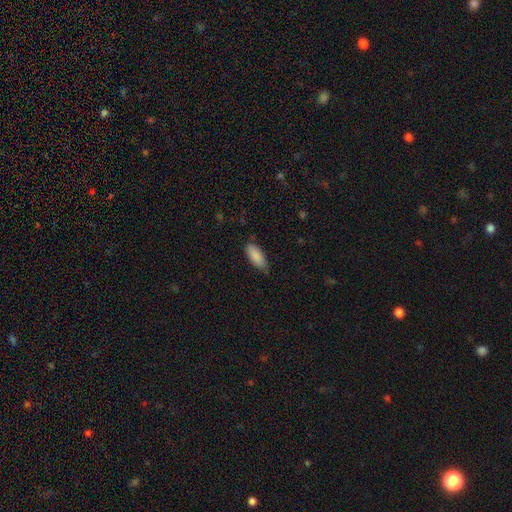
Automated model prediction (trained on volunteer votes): The model was most divided on "merging": none: 71%, minor disturbance: 24%, major disturbance: 3%, merger: 1%. More confident: smooth or featured — smooth (89%); how rounded — in between (80%).